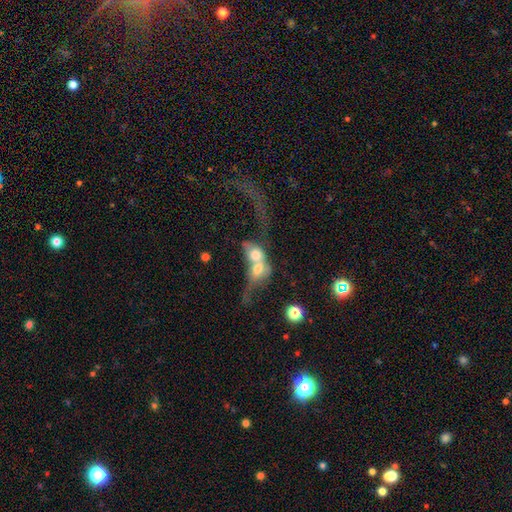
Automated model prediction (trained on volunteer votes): A smooth galaxy with no disk features (51%) that is in between round and cigar-shaped (58%). Merging: merger (82%).